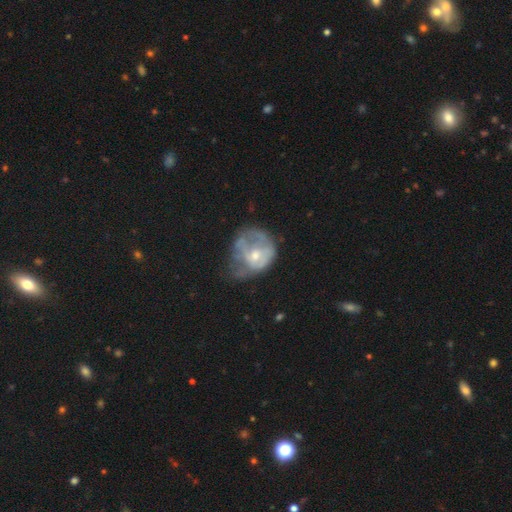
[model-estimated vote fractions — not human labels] This appears to be a featured or disk galaxy (54%) with no bar (78%), no spiral arms (71%) and a moderate central bulge (49%). Merging: major disturbance (40%).